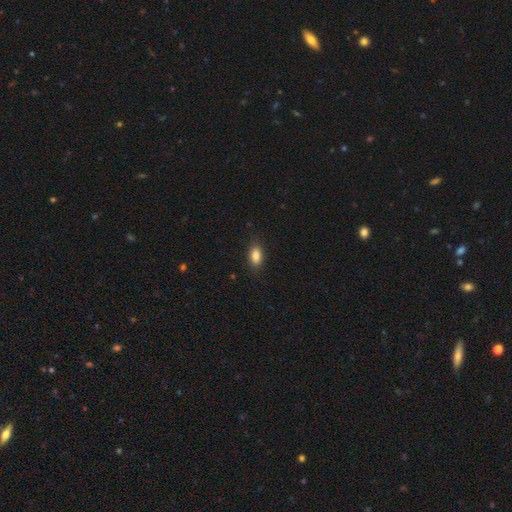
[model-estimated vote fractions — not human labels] smooth-or-featured: smooth: 86% | star or artifact: 8% | featured or disk: 6%
  how-rounded: in between: 88% | round: 6% | cigar-shaped: 6%
  merging: none: 85% | minor disturbance: 12% | major disturbance: 3% | merger: 1%